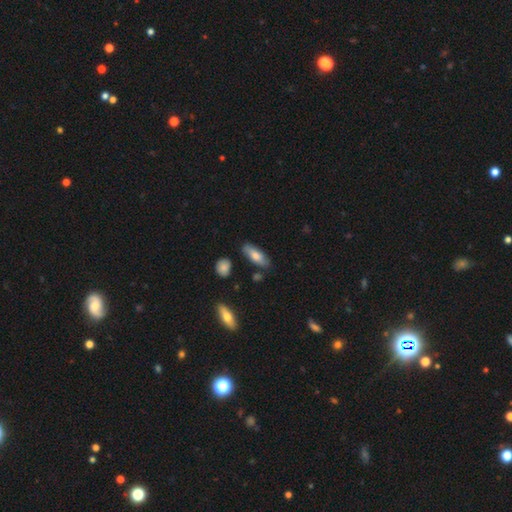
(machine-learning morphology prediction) A smooth galaxy with no disk features (72%) that is in between round and cigar-shaped (72%). Merging: none (76%).